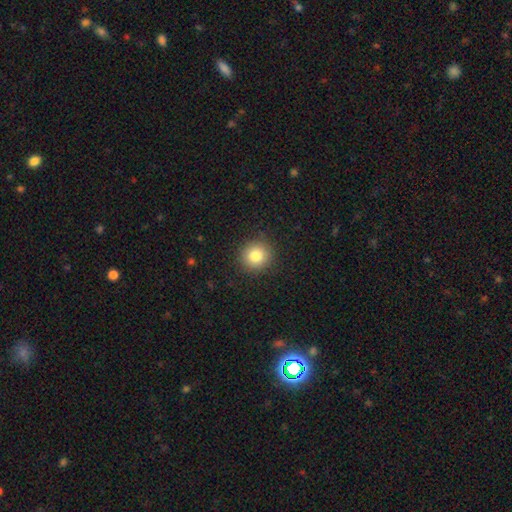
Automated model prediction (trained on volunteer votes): Smooth or featured?
  - smooth: 83% *
  - star or artifact: 10%
  - featured or disk: 7%
How rounded?
  - round: 91% *
  - in between: 8%
  - cigar-shaped: 1%
Merging?
  - none: 91% *
  - minor disturbance: 6%
  - major disturbance: 2%
  - merger: 1%